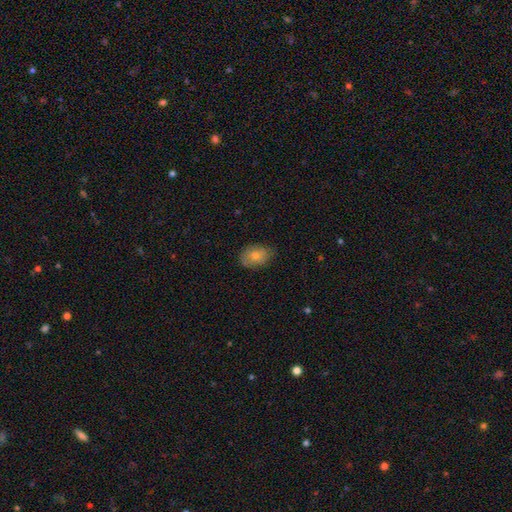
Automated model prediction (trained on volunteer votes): smooth-or-featured: smooth: 62% | featured or disk: 28% | star or artifact: 11%
  how-rounded: in between: 80% | round: 18% | cigar-shaped: 1%
  merging: none: 76% | minor disturbance: 19% | major disturbance: 4% | merger: 1%